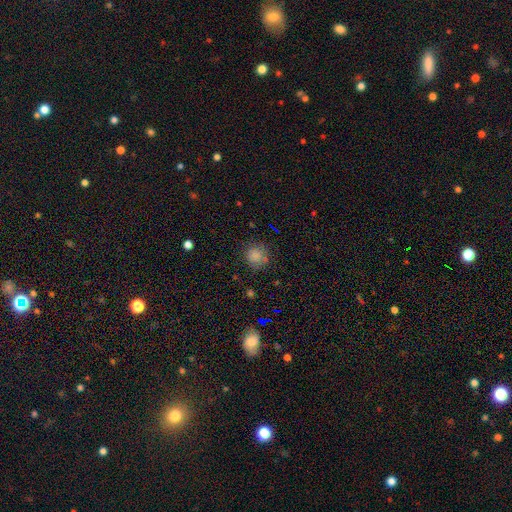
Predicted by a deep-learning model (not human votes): Smooth or featured: smooth — 82% (star or artifact — 13%)
How rounded: round — 90% (in between — 9%)
Merging: none — 80% (minor disturbance — 14%)